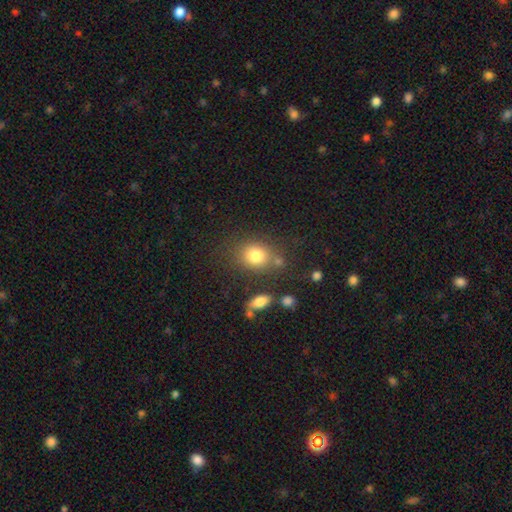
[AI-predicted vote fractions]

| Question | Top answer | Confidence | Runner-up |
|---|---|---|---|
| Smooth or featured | smooth | 80% | star or artifact (12%) |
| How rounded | round | 61% | in between (37%) |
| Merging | none | 71% | minor disturbance (14%) |